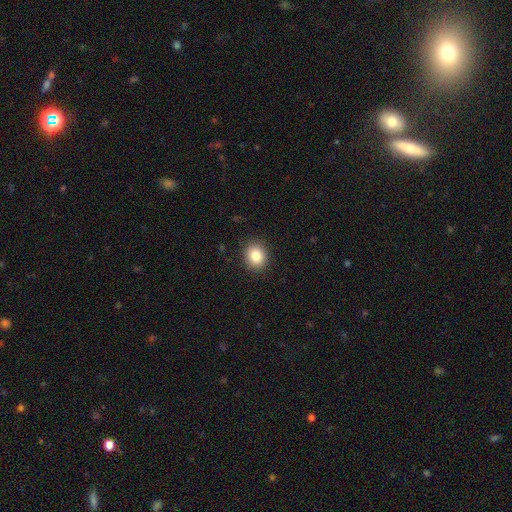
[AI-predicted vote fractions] smooth 85%, star or artifact 9%, featured or disk 6%. Down the decision tree: how rounded — round (69%); merging — none (90%).